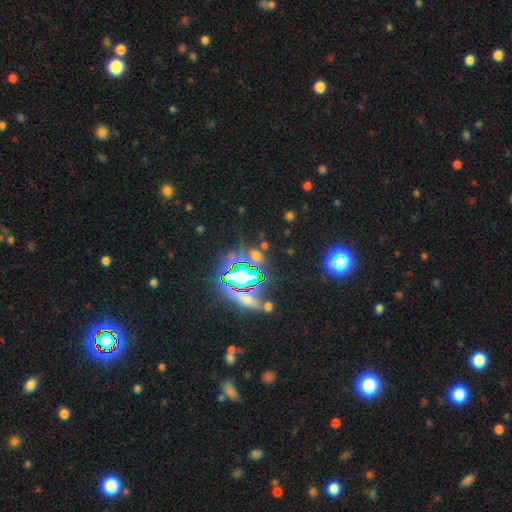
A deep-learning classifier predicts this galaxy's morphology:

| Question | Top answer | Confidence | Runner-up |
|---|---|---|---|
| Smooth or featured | star or artifact | 60% | smooth (30%) |